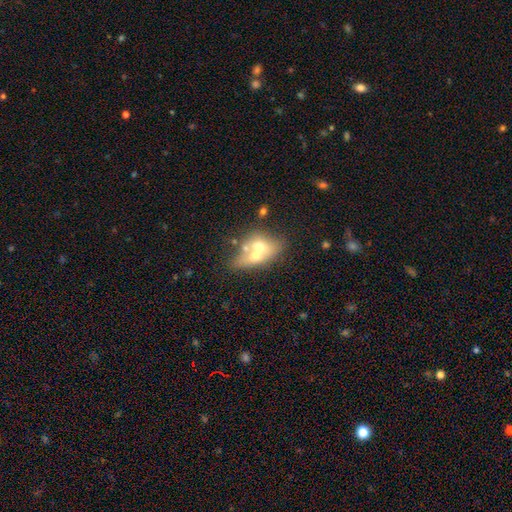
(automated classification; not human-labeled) Smooth or featured? Predicted: smooth (p=0.53). How rounded? Predicted: in between (p=0.61). Merging? Predicted: merger (p=0.68).